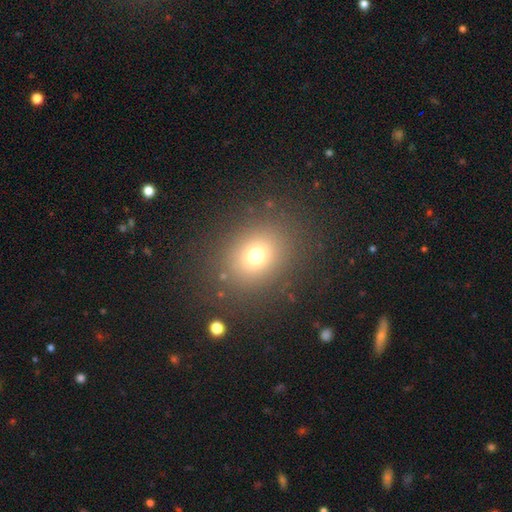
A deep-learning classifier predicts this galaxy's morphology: smooth-or-featured: smooth: 71% | star or artifact: 19% | featured or disk: 11%
  how-rounded: round: 61% | in between: 39% | cigar-shaped: 1%
  merging: none: 84% | minor disturbance: 9% | major disturbance: 5% | merger: 2%